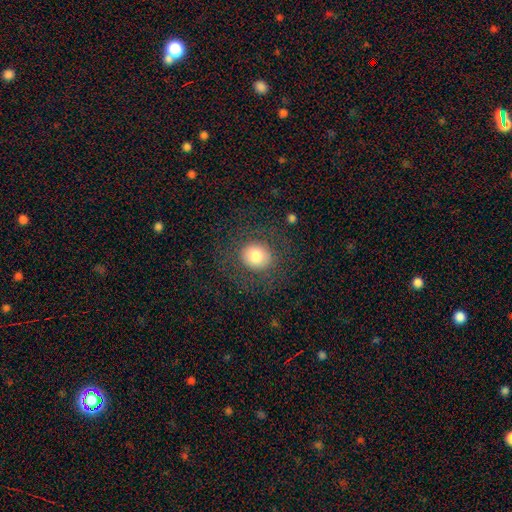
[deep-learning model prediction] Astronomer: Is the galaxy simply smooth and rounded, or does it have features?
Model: smooth — 75%.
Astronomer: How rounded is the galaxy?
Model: round — 86%.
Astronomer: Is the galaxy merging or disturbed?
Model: none — 81%.